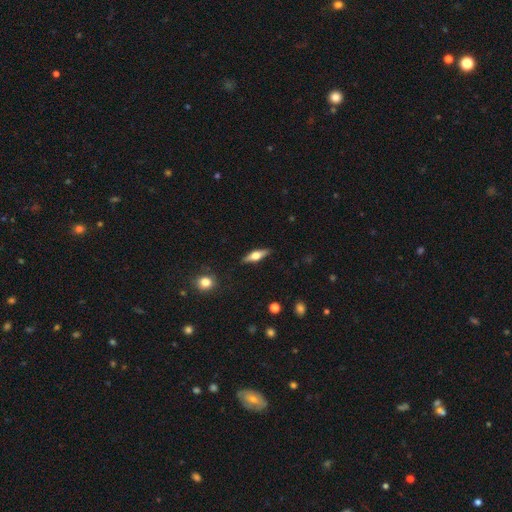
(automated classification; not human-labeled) This appears to be a featured or disk galaxy (58%) viewed edge-on (95%) with a rounded central bulge (93%). Merging: none (89%).